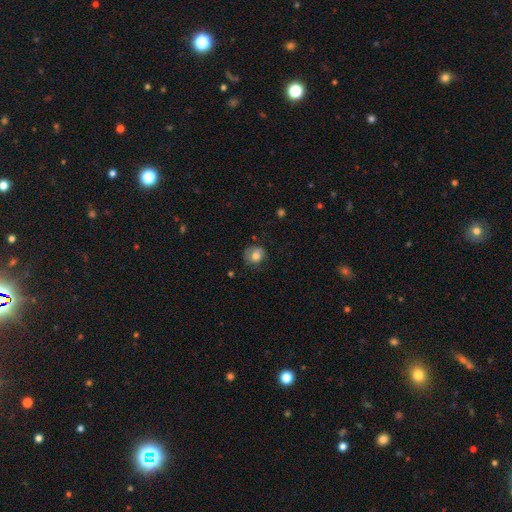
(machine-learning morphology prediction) smooth 74%, featured or disk 17%, star or artifact 9%. Down the decision tree: how rounded — round (75%); merging — none (65%).